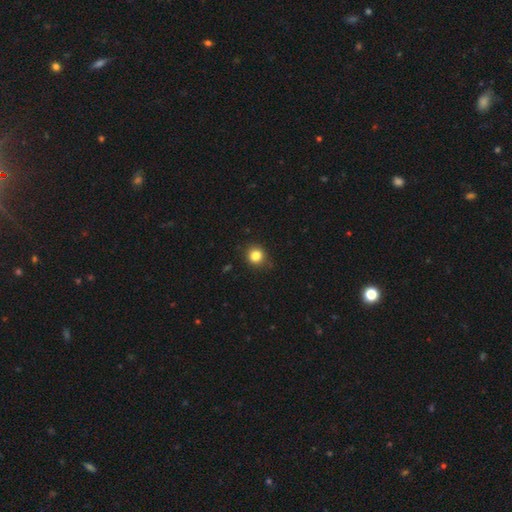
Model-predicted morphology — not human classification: This is clearly a smooth galaxy (83%). How rounded: clearly round (87%). Merging: clearly none (85%).